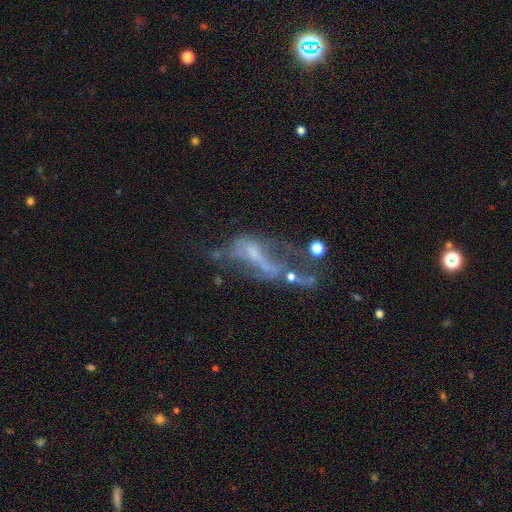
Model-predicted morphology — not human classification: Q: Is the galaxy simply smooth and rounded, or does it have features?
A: featured or disk — 62%.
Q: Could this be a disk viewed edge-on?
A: no — 89%.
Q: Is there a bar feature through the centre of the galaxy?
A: no — 62%.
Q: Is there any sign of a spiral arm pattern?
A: no — 71%.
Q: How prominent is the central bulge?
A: none — 45%.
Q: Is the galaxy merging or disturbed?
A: major disturbance — 42%.